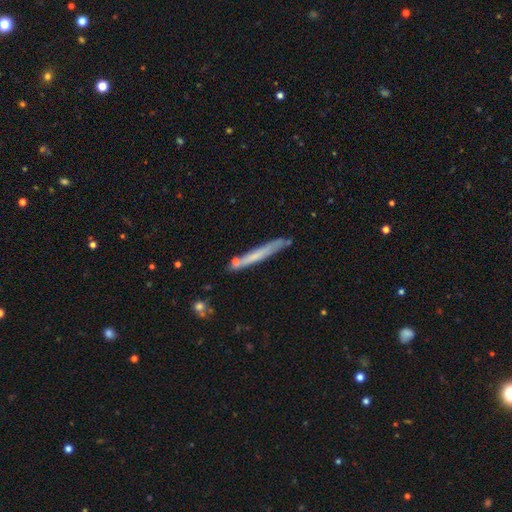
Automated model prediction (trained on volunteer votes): smooth 57%, featured or disk 36%, star or artifact 7%. Down the decision tree: how rounded — cigar-shaped (96%); merging — none (78%).